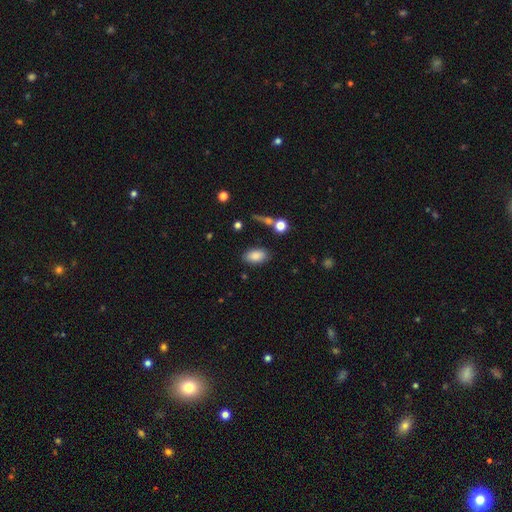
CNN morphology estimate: A smooth galaxy with no disk features (85%) that is in between round and cigar-shaped (92%). Merging: none (83%).